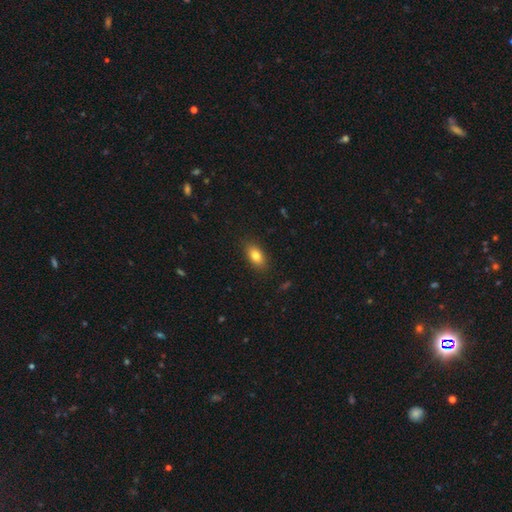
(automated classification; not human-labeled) Smooth or featured?
  - smooth: 81% *
  - featured or disk: 10%
  - star or artifact: 9%
How rounded?
  - in between: 88% *
  - round: 8%
  - cigar-shaped: 4%
Merging?
  - none: 86% *
  - minor disturbance: 10%
  - major disturbance: 2%
  - merger: 1%